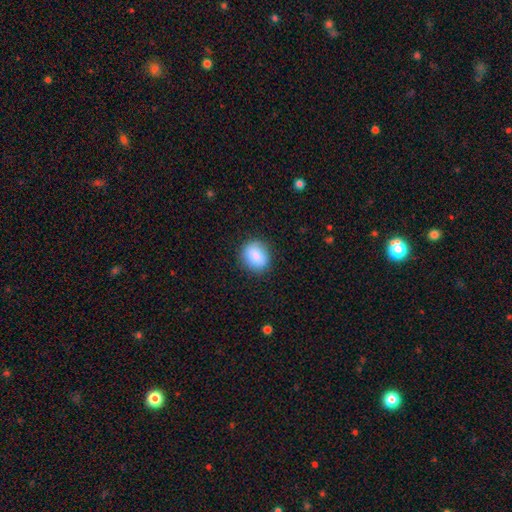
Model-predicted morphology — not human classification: smooth 84%, featured or disk 9%, star or artifact 7%. Down the decision tree: how rounded — round (71%); merging — none (86%).